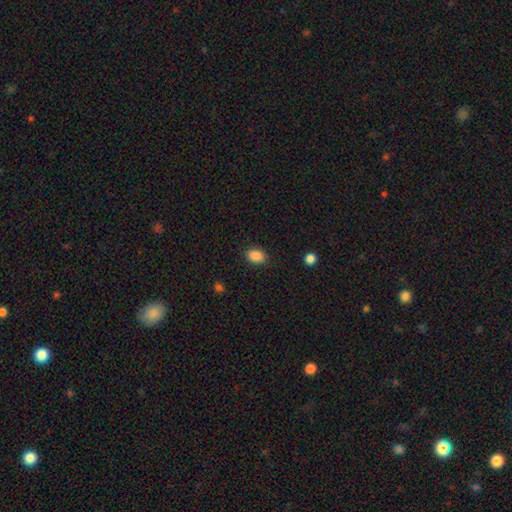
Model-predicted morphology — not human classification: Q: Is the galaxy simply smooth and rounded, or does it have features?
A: smooth — 88%.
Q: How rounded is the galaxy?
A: in between — 76%.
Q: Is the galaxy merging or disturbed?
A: none — 87%.